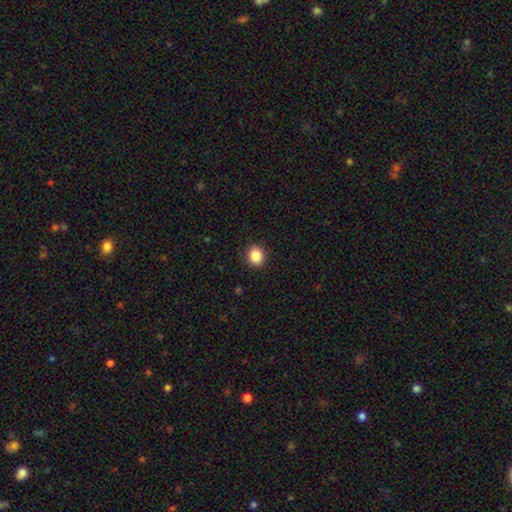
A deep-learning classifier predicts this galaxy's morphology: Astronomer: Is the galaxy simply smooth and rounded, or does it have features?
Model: smooth — 86%.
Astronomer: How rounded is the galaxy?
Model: round — 73%.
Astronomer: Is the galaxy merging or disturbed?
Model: none — 91%.